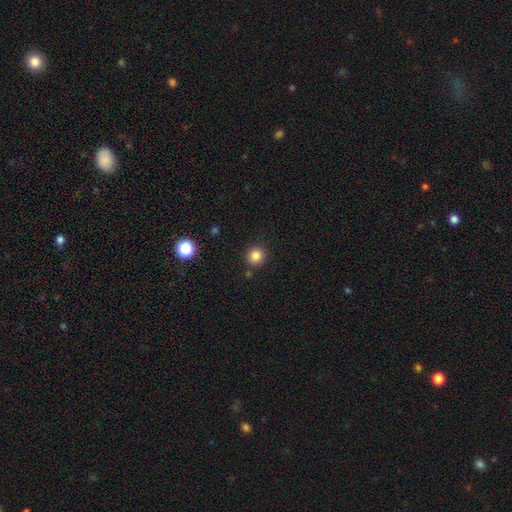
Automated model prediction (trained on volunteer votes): Q: Smooth or featured?
A: smooth (84%); runner-up: star or artifact (12%)
Q: How rounded?
A: round (92%); runner-up: in between (7%)
Q: Merging?
A: none (86%); runner-up: minor disturbance (7%)